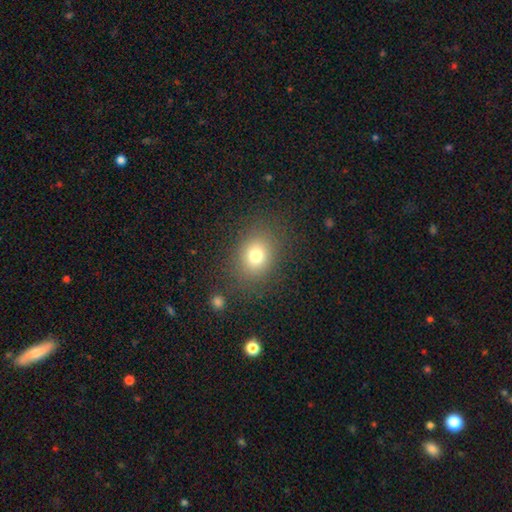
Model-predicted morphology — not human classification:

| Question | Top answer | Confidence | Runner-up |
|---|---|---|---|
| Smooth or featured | smooth | 75% | star or artifact (14%) |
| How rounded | round | 53% | in between (46%) |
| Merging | none | 83% | minor disturbance (10%) |